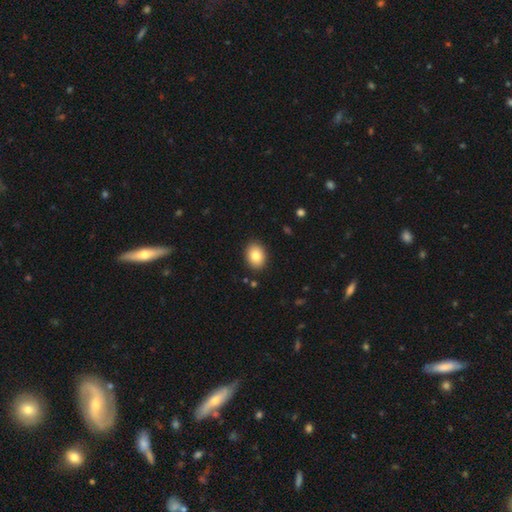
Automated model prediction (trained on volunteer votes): The model was most divided on "how rounded": in between: 70%, round: 29%, cigar-shaped: 1%. More confident: merging — none (89%); smooth or featured — smooth (83%).